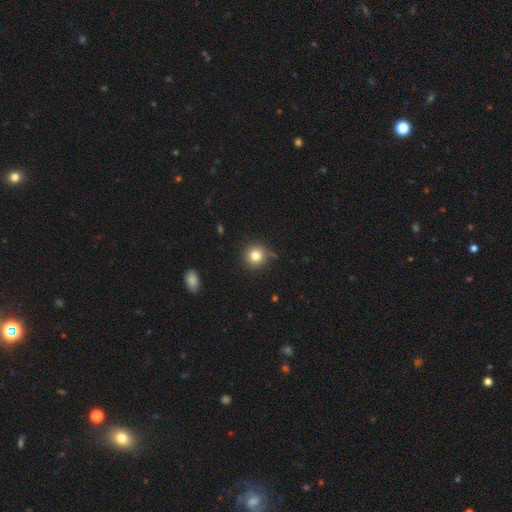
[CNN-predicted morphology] Smooth or featured: smooth — 81% (star or artifact — 11%)
How rounded: round — 93% (in between — 6%)
Merging: none — 83% (minor disturbance — 11%)